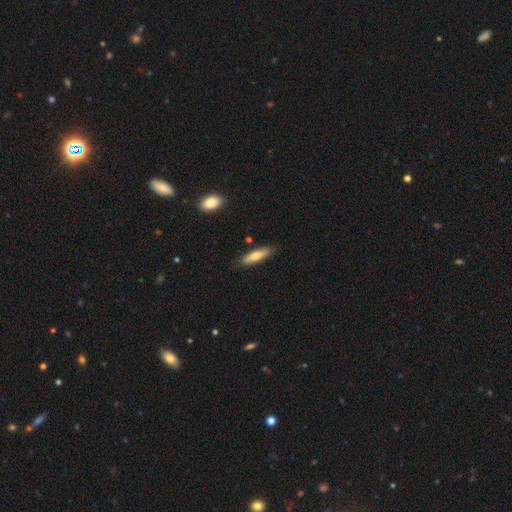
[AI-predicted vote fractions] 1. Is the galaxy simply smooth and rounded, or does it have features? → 61% smooth, 33% featured or disk, 6% star or artifact.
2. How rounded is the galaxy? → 73% cigar-shaped, 25% in between, 2% round.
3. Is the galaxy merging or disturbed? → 85% none, 11% minor disturbance, 2% merger, 2% major disturbance.